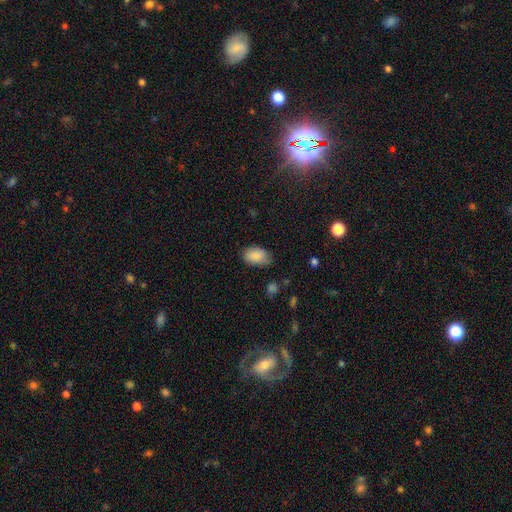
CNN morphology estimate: The model was most divided on "merging": none: 69%, minor disturbance: 25%, major disturbance: 5%, merger: 2%. More confident: how rounded — in between (91%); smooth or featured — smooth (87%).